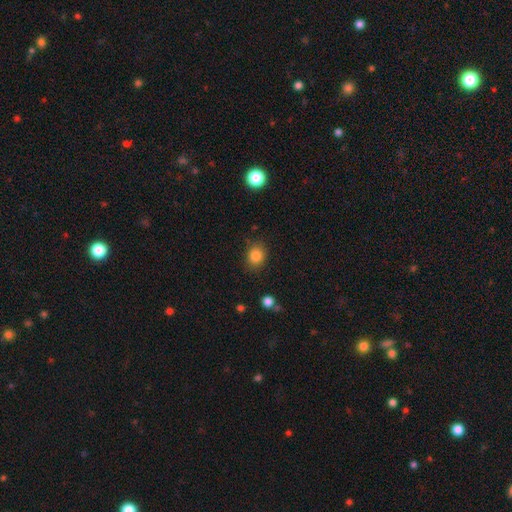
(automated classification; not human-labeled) A smooth galaxy with no disk features (85%) that is round (62%). Merging: none (81%).